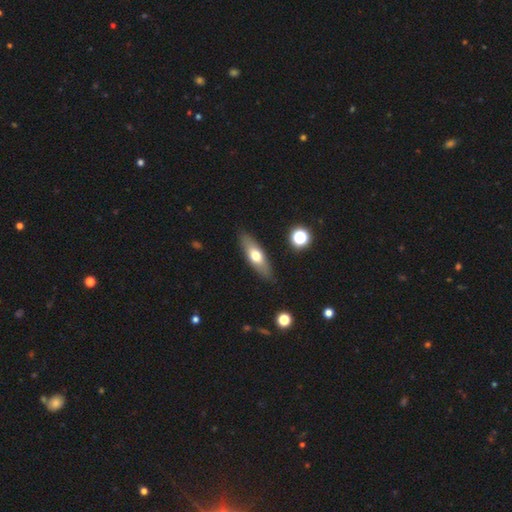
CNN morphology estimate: Smooth or featured? smooth (57%)
How rounded? cigar-shaped (48%, tied with in between)
Merging? none (86%)